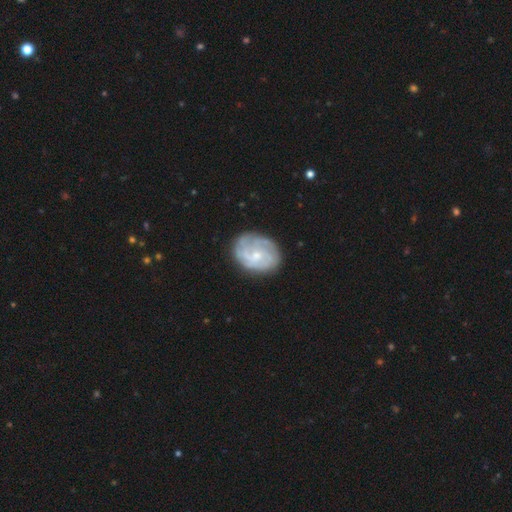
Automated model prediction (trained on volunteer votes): This appears to be a featured or disk galaxy (69%) with no bar (69%), tight (53%) spiral arms (83%) and a small central bulge (62%). Merging: none (73%).